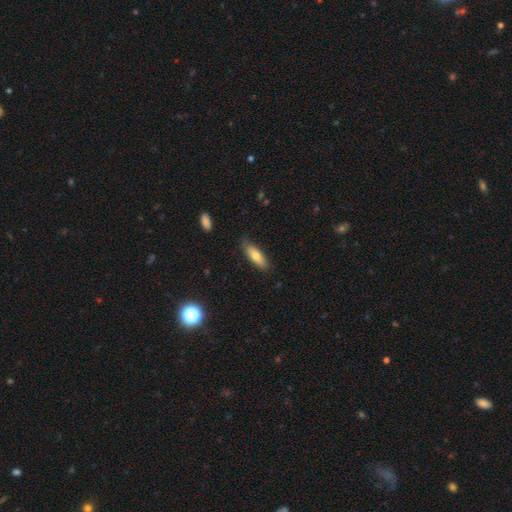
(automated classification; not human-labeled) A smooth galaxy with no disk features (75%) that is in between round and cigar-shaped (56%).

Vote fractions:
- Smooth or featured? smooth: 75% / featured or disk: 18% / star or artifact: 7%
- How rounded? in between: 56% / cigar-shaped: 42% / round: 2%
- Merging? none: 80% / minor disturbance: 16% / major disturbance: 3% / merger: 1%